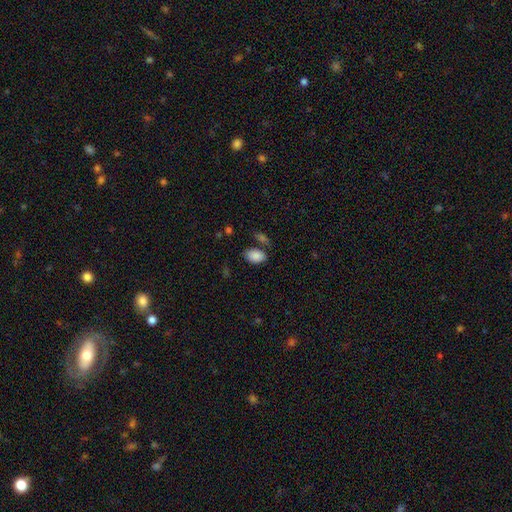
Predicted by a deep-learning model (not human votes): smooth 88%, star or artifact 8%, featured or disk 5%. Down the decision tree: how rounded — in between (90%); merging — none (67%).